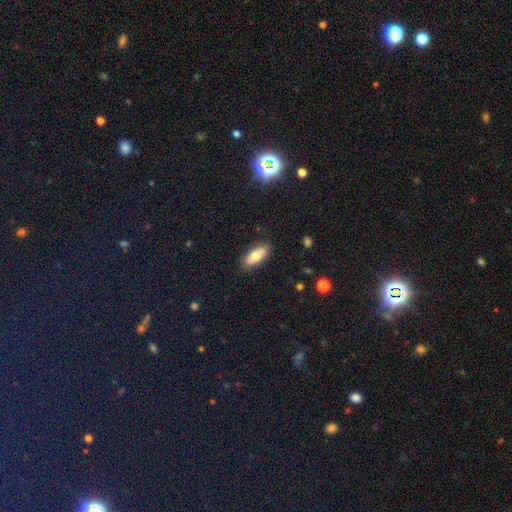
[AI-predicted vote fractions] smooth-or-featured: smooth: 70% | featured or disk: 23% | star or artifact: 7%
  how-rounded: in between: 85% | cigar-shaped: 13% | round: 2%
  merging: none: 84% | minor disturbance: 12% | major disturbance: 3% | merger: 1%